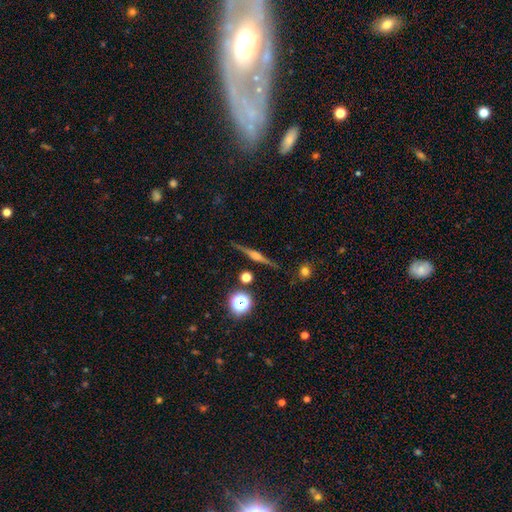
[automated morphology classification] This is likely a featured or disk galaxy (73%). It is clearly viewed edge-on (97%). Edge-on bulge: likely rounded (72%). Merging: clearly none (87%).